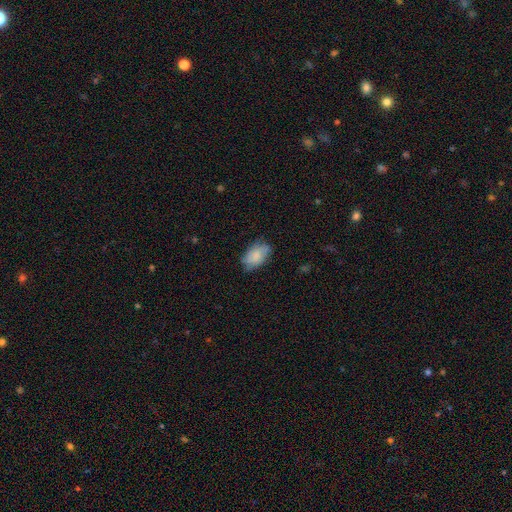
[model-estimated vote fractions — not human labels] A smooth galaxy with no disk features (76%) that is in between round and cigar-shaped (92%).

Vote fractions:
- Smooth or featured? smooth: 76% / featured or disk: 17% / star or artifact: 7%
- How rounded? in between: 92% / round: 7% / cigar-shaped: 2%
- Merging? none: 66% / minor disturbance: 26% / major disturbance: 6% / merger: 1%